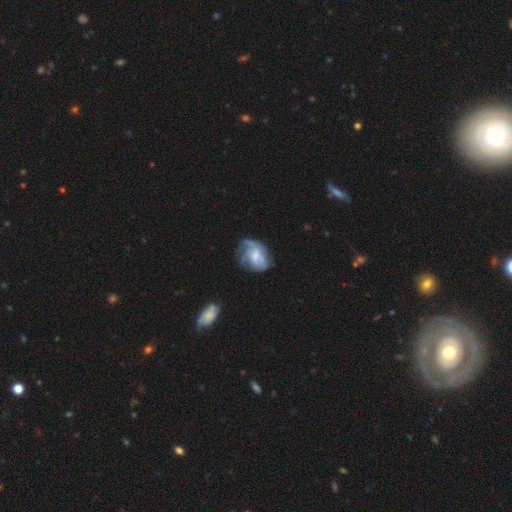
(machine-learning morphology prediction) Smooth or featured? Predicted: featured or disk (p=0.57). Edge-on disk? Predicted: no (p=0.97). Bar? Predicted: no (p=0.54). Spiral arms? Predicted: yes (p=0.71). Bulge size? Predicted: small (p=0.32, tied with moderate). Merging? Predicted: none (p=0.45).